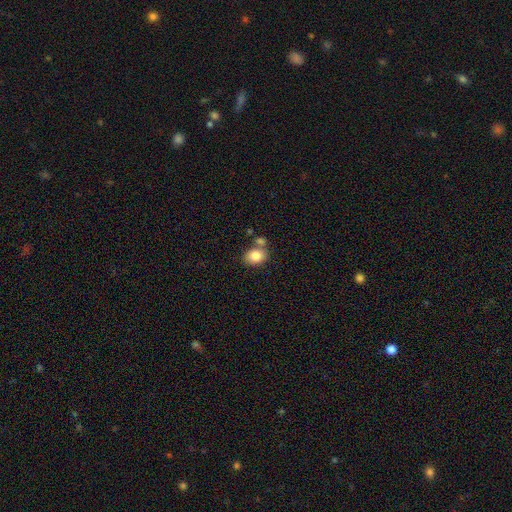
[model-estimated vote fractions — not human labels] Q: Smooth or featured?
A: smooth (84%); runner-up: star or artifact (8%)
Q: How rounded?
A: in between (66%); runner-up: round (33%)
Q: Merging?
A: none (59%); runner-up: merger (24%)